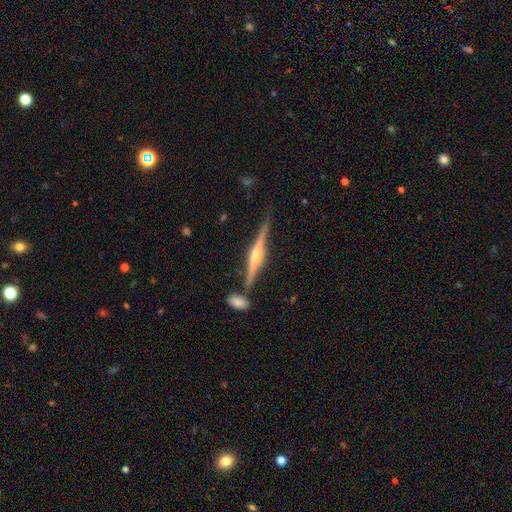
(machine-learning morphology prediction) type=featured or disk (83%); edge-on=yes (98%); edge-on bulge=rounded (84%); merging=none (78%).